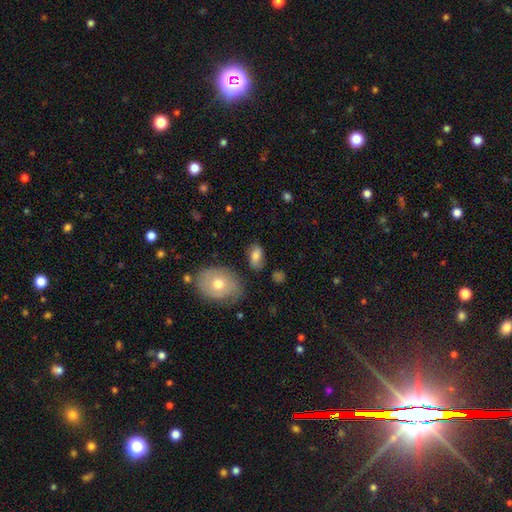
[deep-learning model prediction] This appears to be a smooth galaxy with no disk features (75%) that is in between round and cigar-shaped (89%). Merging: none (71%).